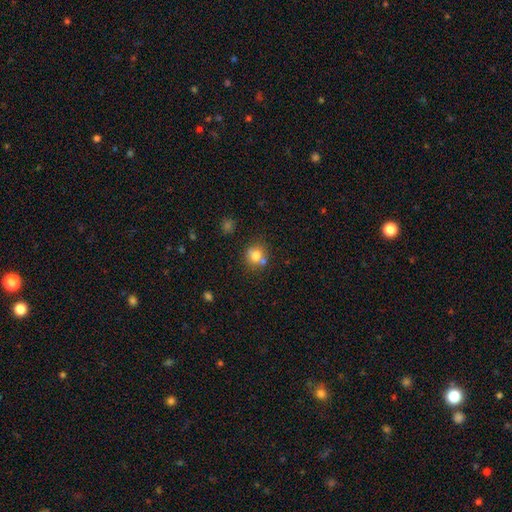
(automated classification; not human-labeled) Q: Smooth or featured?
A: smooth (76%); runner-up: star or artifact (12%)
Q: How rounded?
A: round (81%); runner-up: in between (18%)
Q: Merging?
A: none (59%); runner-up: merger (24%)